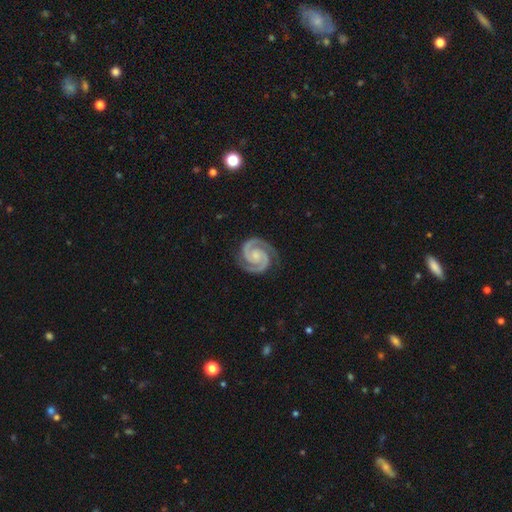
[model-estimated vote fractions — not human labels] A featured or disk galaxy (94%) with no bar (66%), 2 (94%) tight (64%) spiral arms (99%) and a small central bulge (52%). Merging: none (86%).